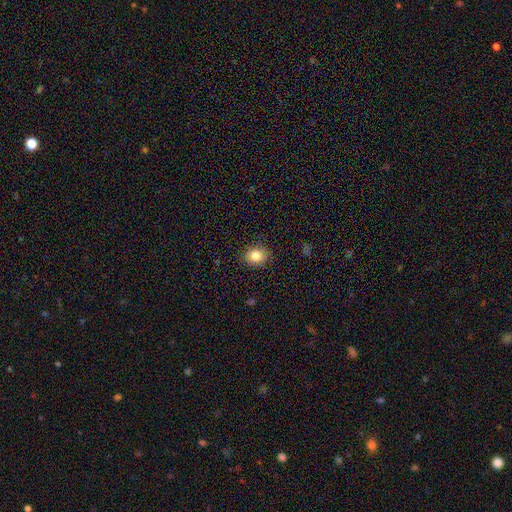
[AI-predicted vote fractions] Smooth or featured: smooth — 84% (star or artifact — 10%)
How rounded: round — 68% (in between — 31%)
Merging: none — 87% (minor disturbance — 9%)